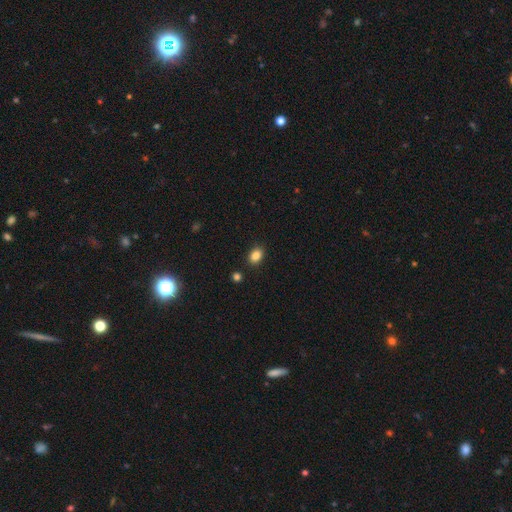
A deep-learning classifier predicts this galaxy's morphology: Smooth or featured? smooth (86%)
How rounded? in between (74%)
Merging? none (86%)